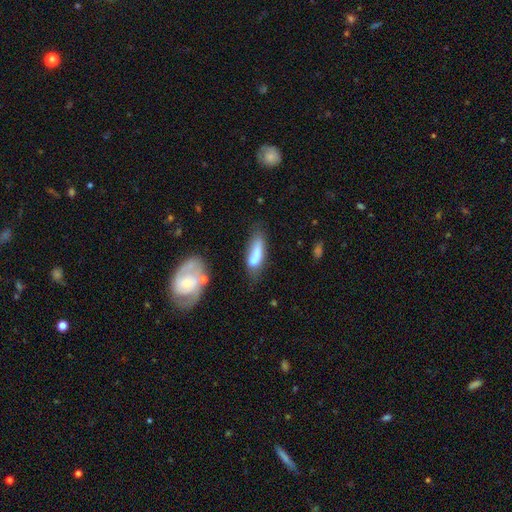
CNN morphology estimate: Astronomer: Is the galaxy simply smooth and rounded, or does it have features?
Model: smooth — 64%.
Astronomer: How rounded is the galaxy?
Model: in between — 52% (runner-up: cigar-shaped, 46%).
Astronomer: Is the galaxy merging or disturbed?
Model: none — 42% (runner-up: merger, 23%).